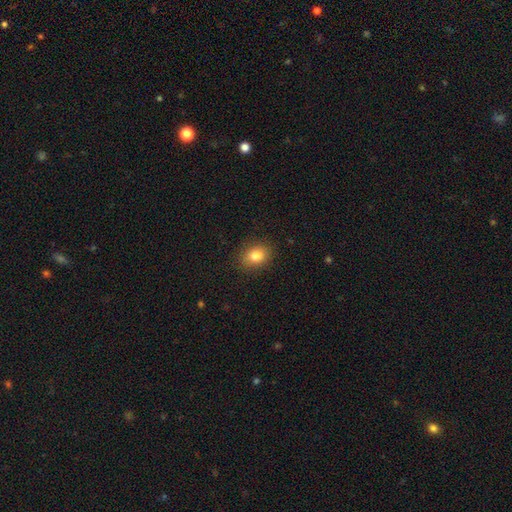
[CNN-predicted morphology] This is clearly a smooth galaxy (82%). How rounded: possibly in between (57%). Merging: clearly none (87%).